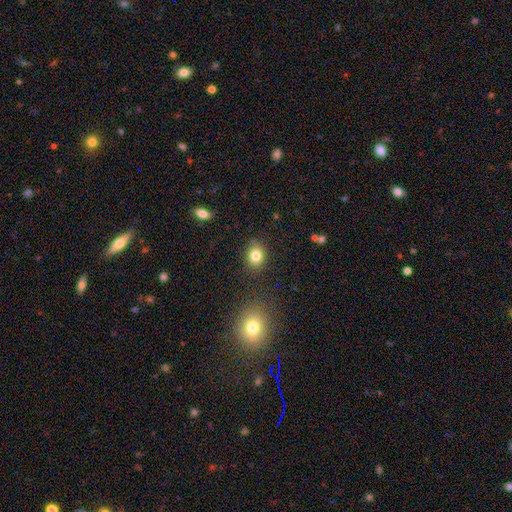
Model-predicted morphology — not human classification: Overall: smooth (81%). How rounded: round (58%; in between 41%). Merging: none (83%).